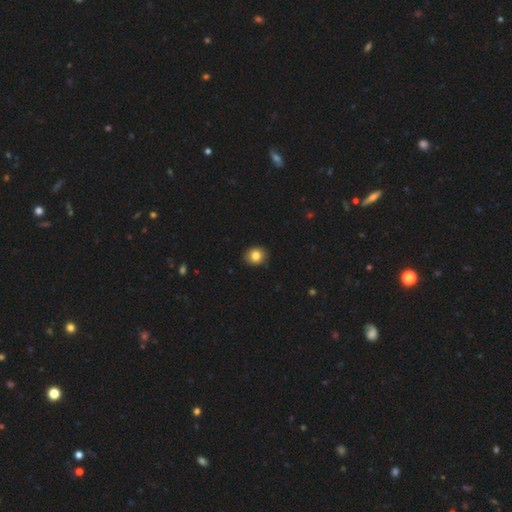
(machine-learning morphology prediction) smooth 84%, star or artifact 10%, featured or disk 6%. Down the decision tree: how rounded — round (75%); merging — none (89%).